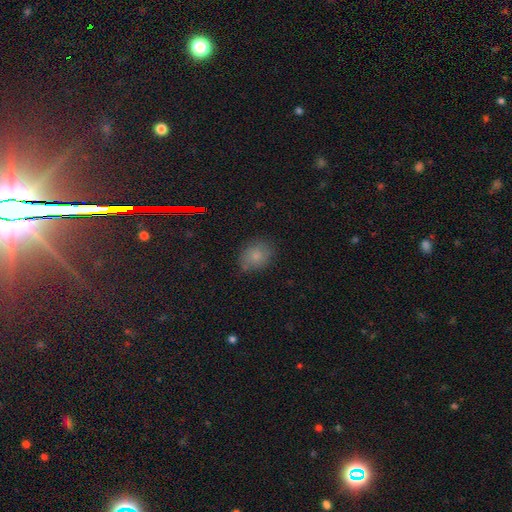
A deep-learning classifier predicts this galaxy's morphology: This appears to be a smooth galaxy with no disk features (79%) that is in between round and cigar-shaped (56%). Merging: none (76%).